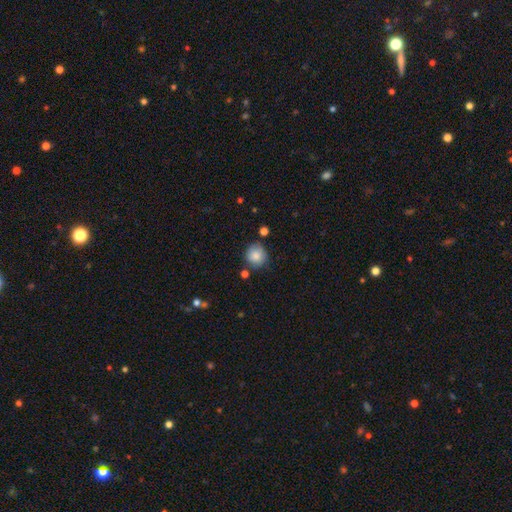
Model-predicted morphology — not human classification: Overall: smooth (84%). How rounded: round (89%). Merging: none (75%).